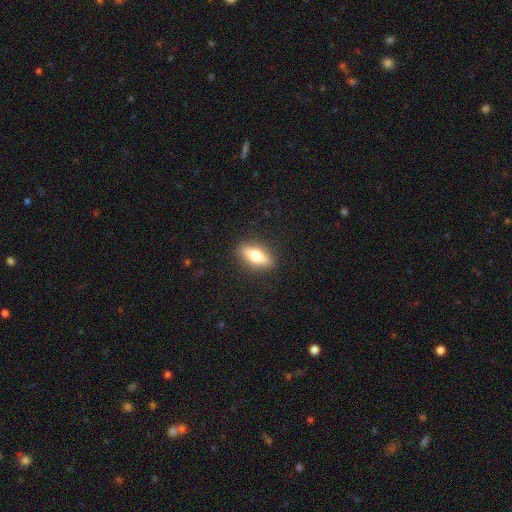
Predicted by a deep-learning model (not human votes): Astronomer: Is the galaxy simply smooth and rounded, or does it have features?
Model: smooth — 57% (runner-up: featured or disk, 36%).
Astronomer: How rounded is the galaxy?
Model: in between — 62%.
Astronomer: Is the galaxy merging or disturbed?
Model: none — 88%.